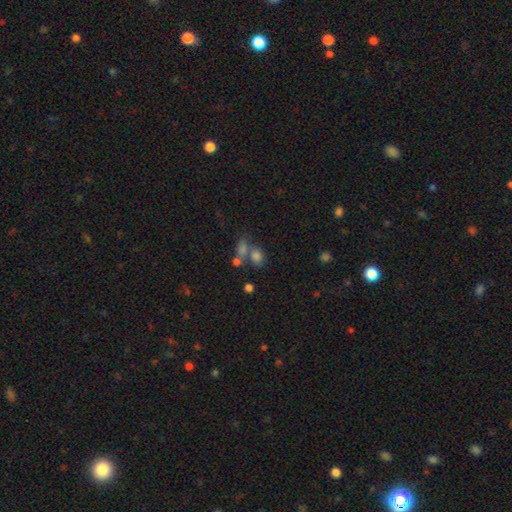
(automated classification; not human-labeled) A smooth galaxy with no disk features (72%) that is in between round and cigar-shaped (55%).

Vote fractions:
- Smooth or featured? smooth: 72% / star or artifact: 17% / featured or disk: 11%
- How rounded? in between: 55% / round: 42% / cigar-shaped: 2%
- Merging? none: 42% / merger: 39% / minor disturbance: 11% / major disturbance: 8%